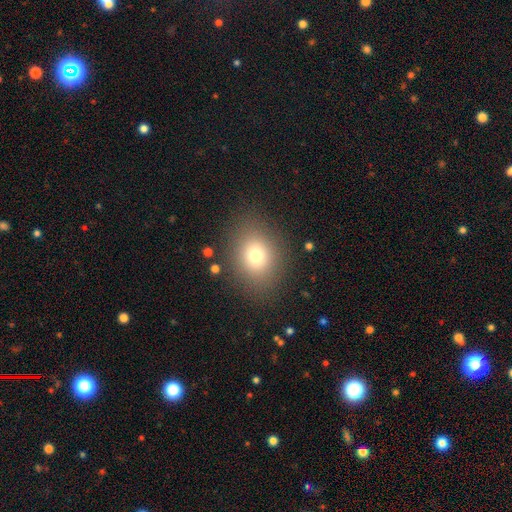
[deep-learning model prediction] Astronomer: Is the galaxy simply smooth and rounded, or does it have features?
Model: smooth — 73%.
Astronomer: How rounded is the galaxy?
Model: round — 55% (runner-up: in between, 44%).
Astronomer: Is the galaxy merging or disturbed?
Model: none — 84%.